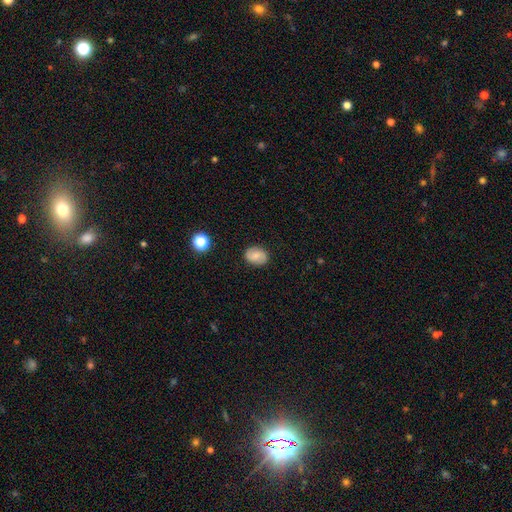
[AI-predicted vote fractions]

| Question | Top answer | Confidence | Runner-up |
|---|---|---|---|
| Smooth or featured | smooth | 62% | featured or disk (29%) |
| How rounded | in between | 57% | round (42%) |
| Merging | none | 85% | minor disturbance (11%) |